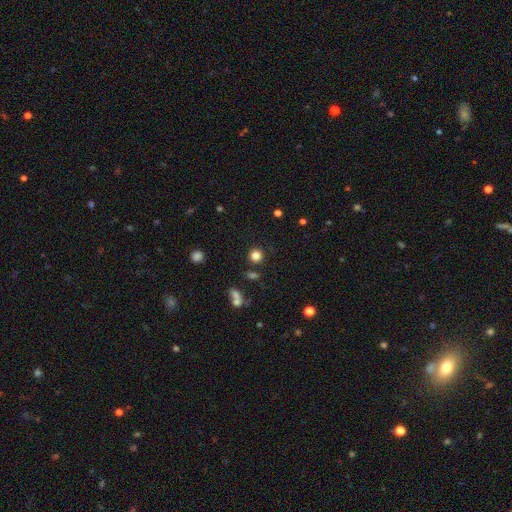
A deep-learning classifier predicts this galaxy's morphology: A smooth galaxy with no disk features (82%) that is round (91%).

Vote fractions:
- Smooth or featured? smooth: 82% / star or artifact: 14% / featured or disk: 5%
- How rounded? round: 91% / in between: 8% / cigar-shaped: 1%
- Merging? none: 85% / minor disturbance: 7% / merger: 5% / major disturbance: 3%